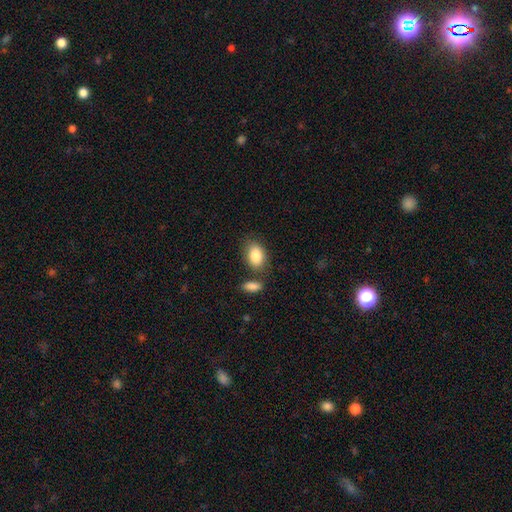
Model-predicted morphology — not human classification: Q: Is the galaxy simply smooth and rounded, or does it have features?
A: smooth — 86%.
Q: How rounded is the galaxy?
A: in between — 87%.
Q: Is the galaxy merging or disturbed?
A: none — 70%.